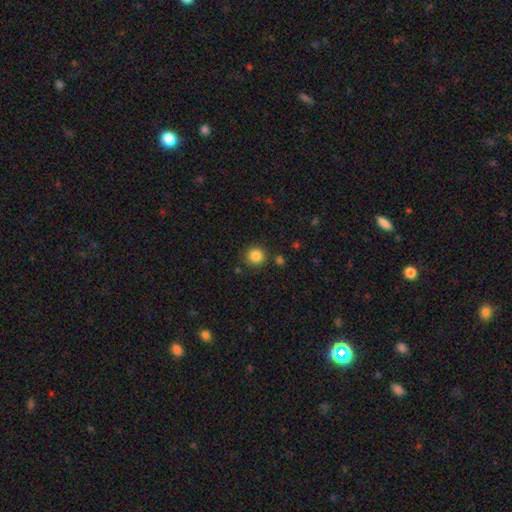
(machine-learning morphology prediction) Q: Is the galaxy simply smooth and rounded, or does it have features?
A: smooth — 85%.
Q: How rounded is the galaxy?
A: round — 92%.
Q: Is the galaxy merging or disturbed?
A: none — 86%.